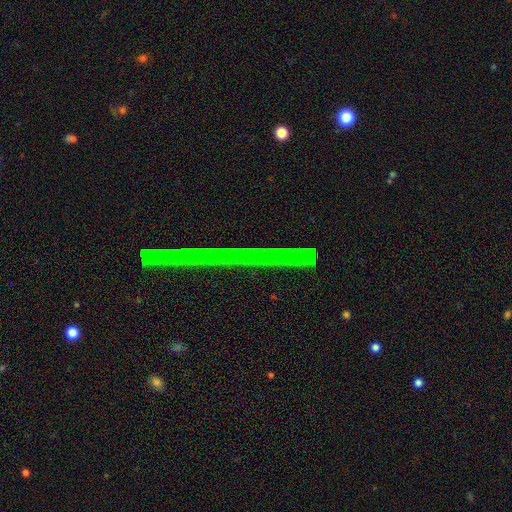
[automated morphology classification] smooth-or-featured: star or artifact: 80% | featured or disk: 13% | smooth: 6%